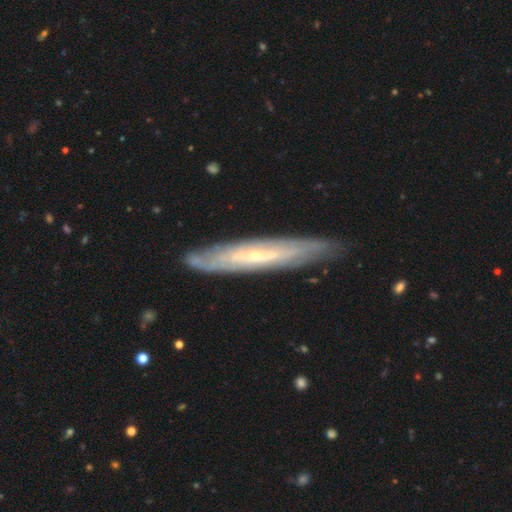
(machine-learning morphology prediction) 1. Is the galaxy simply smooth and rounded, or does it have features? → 74% featured or disk, 20% smooth, 6% star or artifact.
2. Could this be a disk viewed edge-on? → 57% yes, 43% no.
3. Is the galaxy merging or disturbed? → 83% none, 13% minor disturbance, 3% major disturbance, 1% merger.